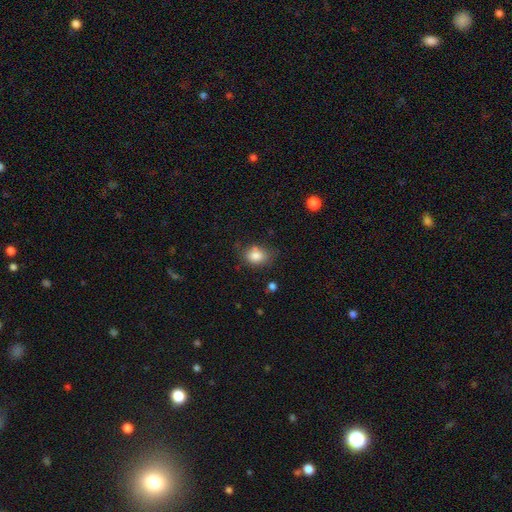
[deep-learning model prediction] The model was most divided on "how rounded": in between: 60%, round: 39%, cigar-shaped: 1%. More confident: smooth or featured — smooth (82%); merging — none (65%).